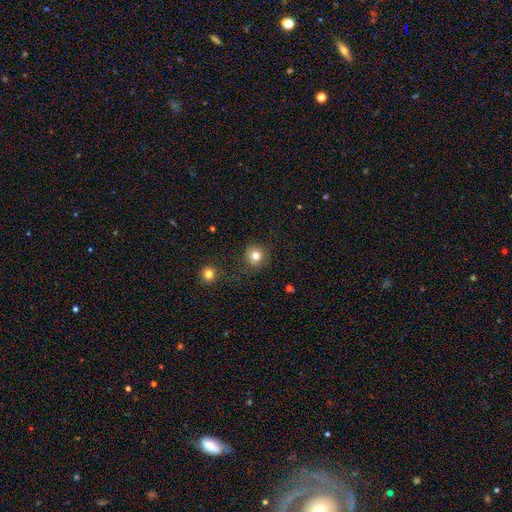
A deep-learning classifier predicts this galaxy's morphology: Smooth or featured: smooth — 81% (star or artifact — 13%)
How rounded: round — 90% (in between — 9%)
Merging: none — 83% (minor disturbance — 11%)